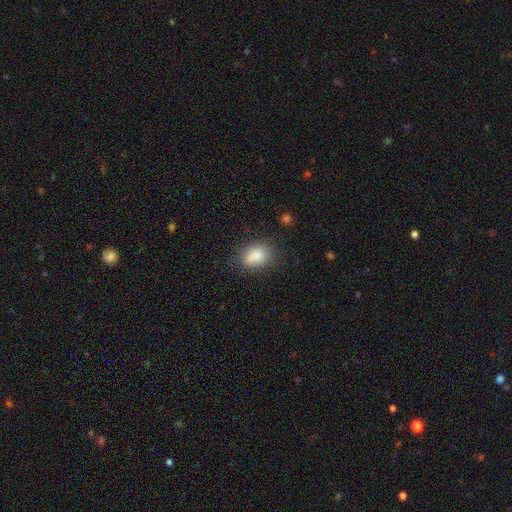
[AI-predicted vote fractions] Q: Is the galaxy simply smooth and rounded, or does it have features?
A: smooth — 85%.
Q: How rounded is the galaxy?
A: in between — 71%.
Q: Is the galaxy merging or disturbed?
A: none — 73%.